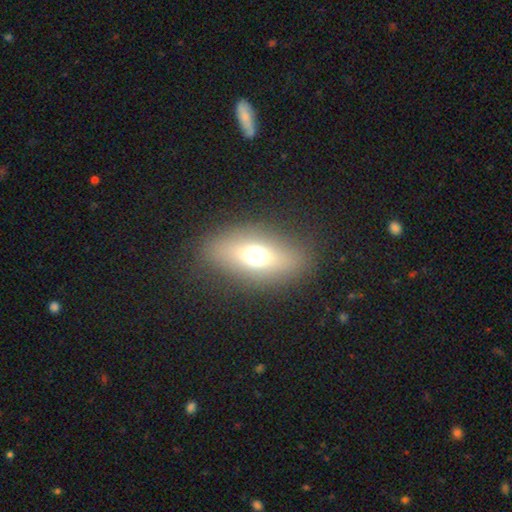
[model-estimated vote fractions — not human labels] A smooth galaxy with no disk features (59%) that is in between round and cigar-shaped (76%). Merging: none (84%).